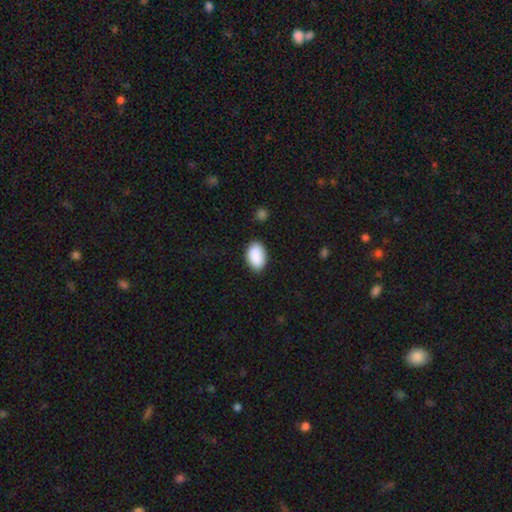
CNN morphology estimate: Smooth or featured? smooth (90%)
How rounded? in between (91%)
Merging? none (84%)